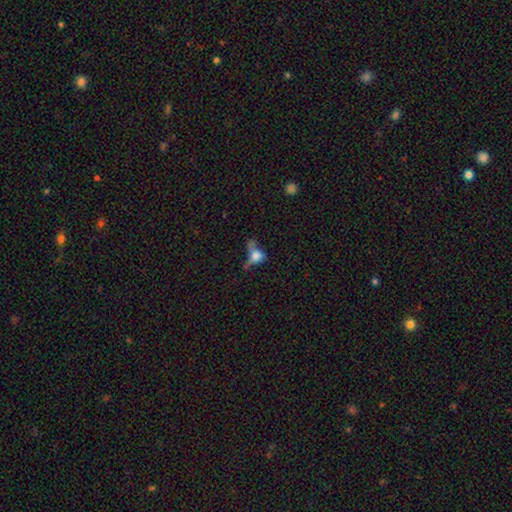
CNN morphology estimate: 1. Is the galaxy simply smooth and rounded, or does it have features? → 56% smooth, 27% featured or disk, 17% star or artifact.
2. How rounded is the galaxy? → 57% in between, 33% round, 10% cigar-shaped.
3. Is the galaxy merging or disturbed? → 34% major disturbance, 28% none, 21% merger, 18% minor disturbance.